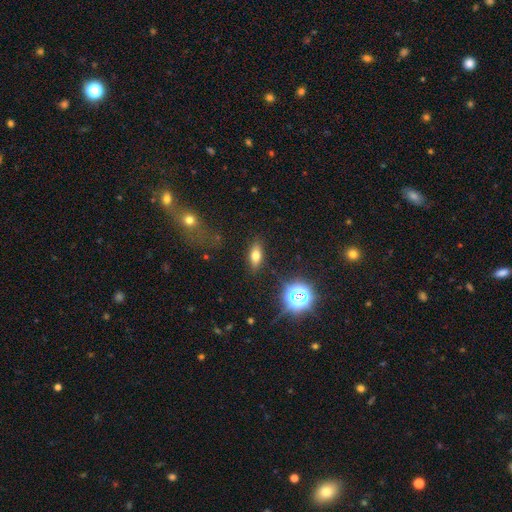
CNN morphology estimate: Q: Smooth or featured?
A: smooth (67%); runner-up: featured or disk (19%)
Q: How rounded?
A: in between (75%); runner-up: cigar-shaped (16%)
Q: Merging?
A: none (85%); runner-up: minor disturbance (10%)